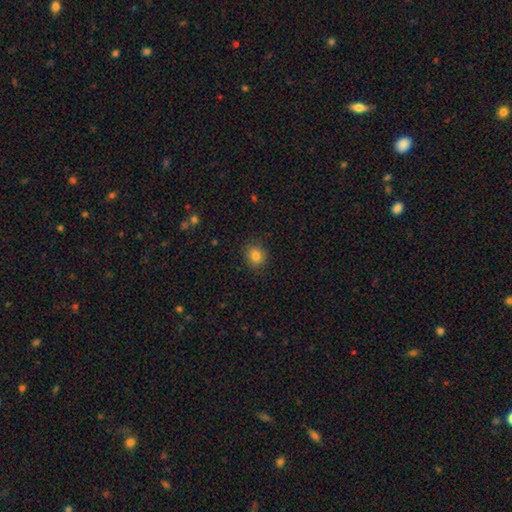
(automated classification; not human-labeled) This appears to be a smooth galaxy with no disk features (83%) that is round (78%). Merging: none (87%).